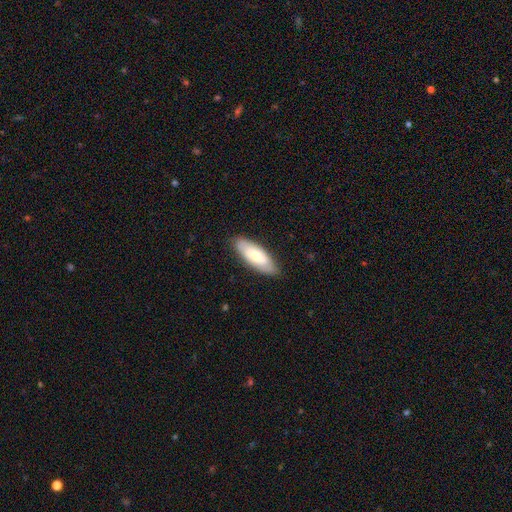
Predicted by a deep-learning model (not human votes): This appears to be a smooth galaxy with no disk features (60%) that is in between round and cigar-shaped (71%). Merging: none (84%).